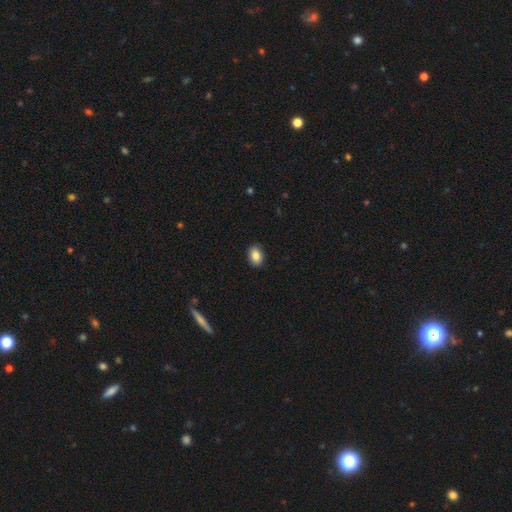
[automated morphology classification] This appears to be a smooth galaxy with no disk features (86%) that is in between round and cigar-shaped (79%). Merging: none (90%).